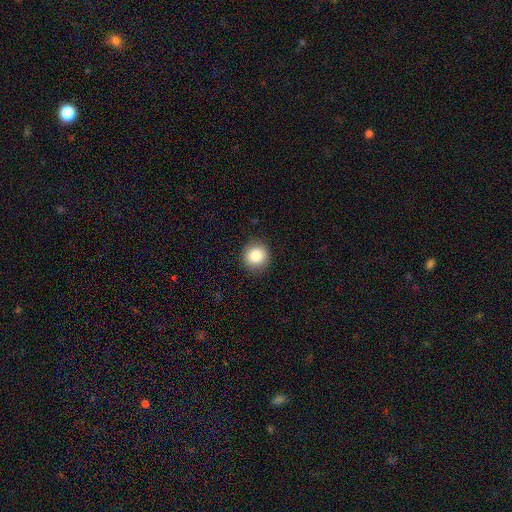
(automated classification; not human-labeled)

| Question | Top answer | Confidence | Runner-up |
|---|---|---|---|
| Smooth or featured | smooth | 85% | star or artifact (9%) |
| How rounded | round | 91% | in between (8%) |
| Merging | none | 90% | minor disturbance (7%) |